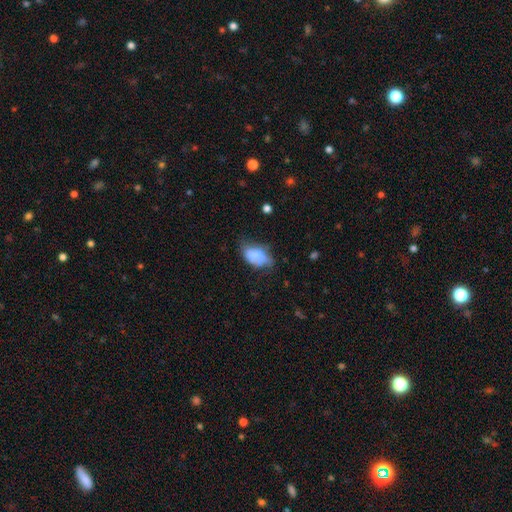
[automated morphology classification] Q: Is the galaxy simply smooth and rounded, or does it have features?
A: smooth — 76%.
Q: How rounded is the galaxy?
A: in between — 91%.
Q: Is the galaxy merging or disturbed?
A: minor disturbance — 40%.